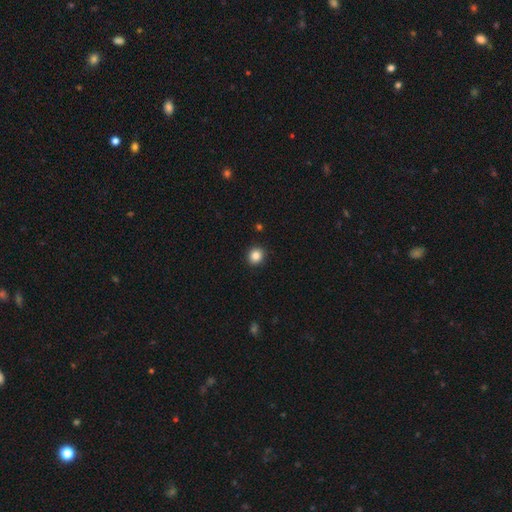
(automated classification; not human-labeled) Overall: smooth (85%). How rounded: round (88%). Merging: none (92%).